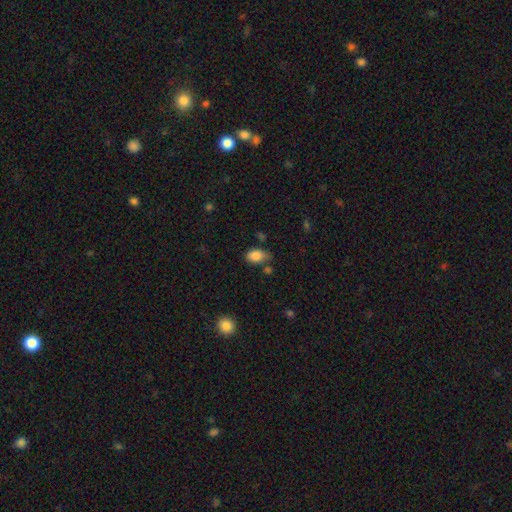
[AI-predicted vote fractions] This appears to be a smooth galaxy with no disk features (85%) that is in between round and cigar-shaped (87%). Merging: none (57%).